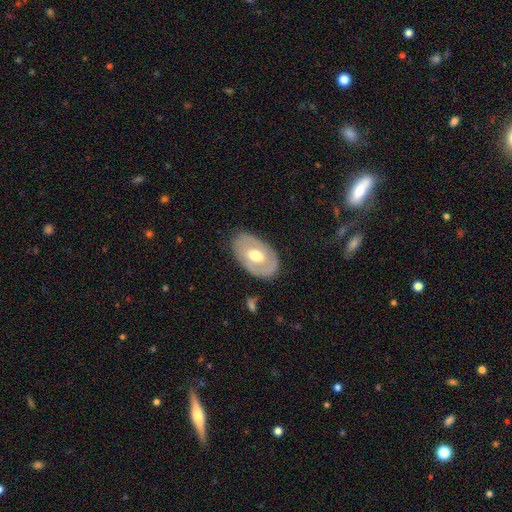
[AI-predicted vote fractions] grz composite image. It shows a featured or disk galaxy (53%). Merging: none (79%).